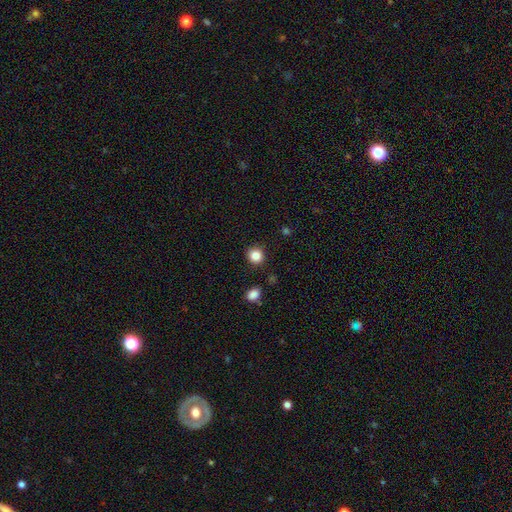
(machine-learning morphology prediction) smooth_or_featured: smooth (p=0.85) [alt: star or artifact p=0.11]
how_rounded: round (p=0.85) [alt: in between p=0.14]
merging: none (p=0.87) [alt: minor disturbance p=0.08]